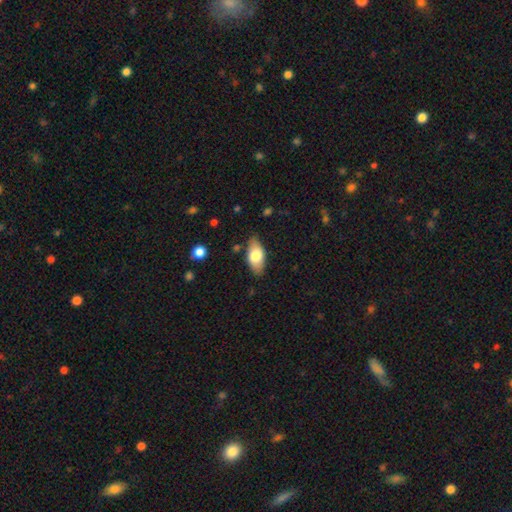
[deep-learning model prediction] Smooth or featured?
  - smooth: 73% *
  - featured or disk: 21%
  - star or artifact: 6%
How rounded?
  - in between: 90% *
  - cigar-shaped: 7%
  - round: 3%
Merging?
  - none: 81% *
  - minor disturbance: 14%
  - major disturbance: 3%
  - merger: 2%